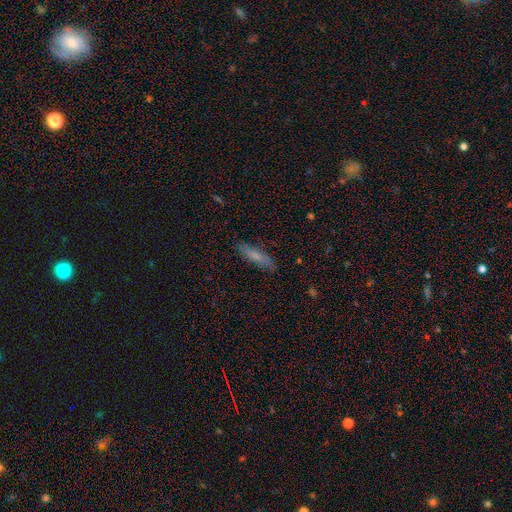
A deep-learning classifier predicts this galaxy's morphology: A smooth galaxy with no disk features (69%) that is cigar-shaped (76%).

Vote fractions:
- Smooth or featured? smooth: 69% / featured or disk: 23% / star or artifact: 7%
- How rounded? cigar-shaped: 76% / in between: 22% / round: 2%
- Merging? none: 85% / minor disturbance: 12% / major disturbance: 2% / merger: 1%